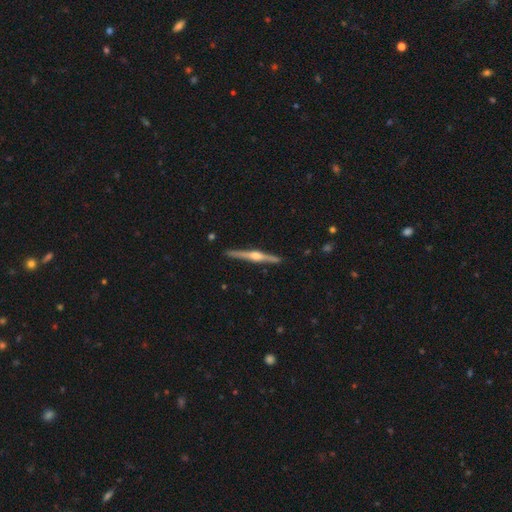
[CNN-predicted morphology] smooth-or-featured: featured or disk: 84% | smooth: 12% | star or artifact: 5%
  disk-edge-on: yes: 99% | no: 1%
    edge-on-bulge: rounded: 91% | boxy: 5% | none: 3%
  merging: none: 92% | minor disturbance: 6% | major disturbance: 1% | merger: 1%